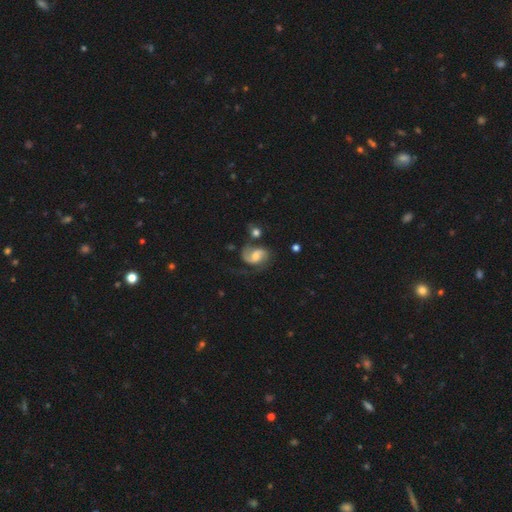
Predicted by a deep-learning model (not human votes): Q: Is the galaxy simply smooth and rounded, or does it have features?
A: featured or disk — 81%.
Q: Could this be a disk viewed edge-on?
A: no — 98%.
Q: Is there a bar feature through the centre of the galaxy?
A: no — 45%.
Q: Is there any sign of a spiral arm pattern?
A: yes — 96%.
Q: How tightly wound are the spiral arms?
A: medium — 53%.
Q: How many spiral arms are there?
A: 2 — 83%.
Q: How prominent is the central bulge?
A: moderate — 39%.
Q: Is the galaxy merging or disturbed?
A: none — 56%.